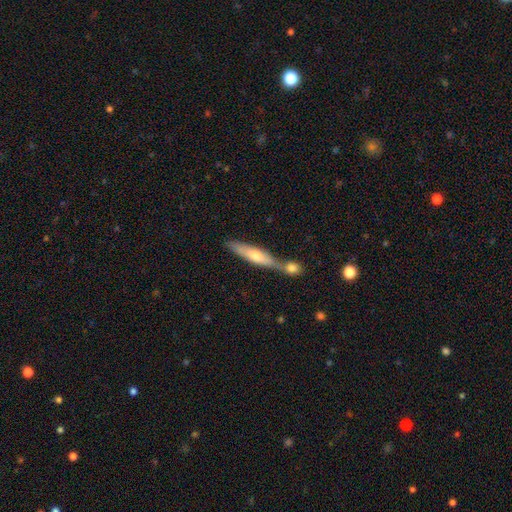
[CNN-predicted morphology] Overall: smooth (52%; featured or disk 42%). How rounded: cigar-shaped (83%). Merging: none (46%; merger 38%).